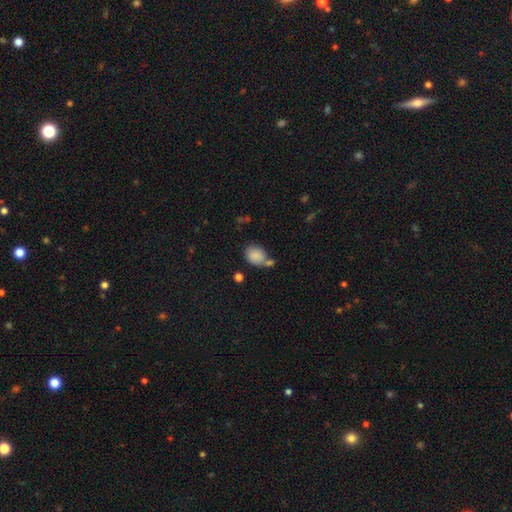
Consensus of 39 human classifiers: smooth_or_featured: smooth (p=0.92) [alt: star or artifact p=0.08]
how_rounded: in between (p=0.56) [alt: round p=0.44]
merging: none (p=0.72) [alt: minor disturbance p=0.14]